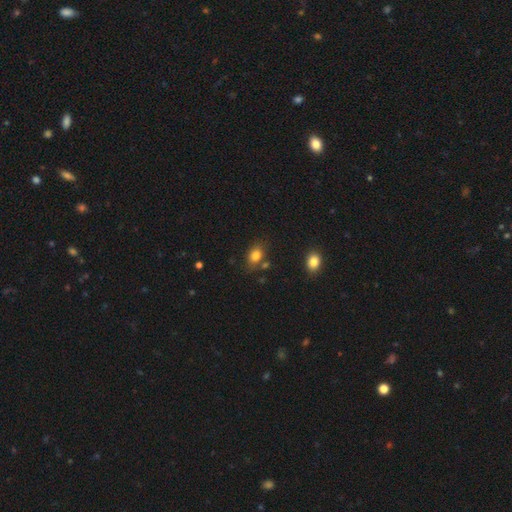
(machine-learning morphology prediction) smooth-or-featured: smooth: 82% | star or artifact: 10% | featured or disk: 8%
  how-rounded: in between: 73% | round: 26% | cigar-shaped: 1%
  merging: none: 71% | minor disturbance: 16% | merger: 9% | major disturbance: 5%